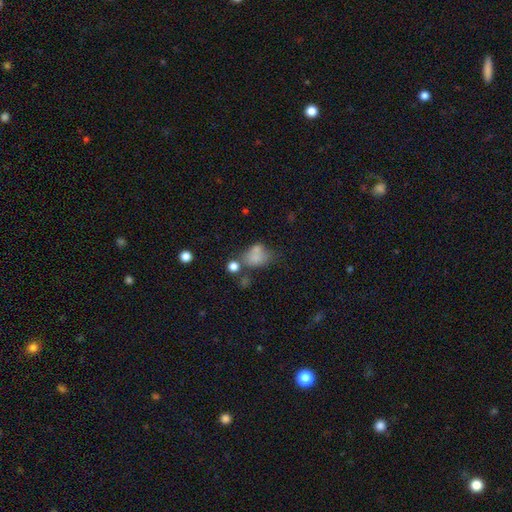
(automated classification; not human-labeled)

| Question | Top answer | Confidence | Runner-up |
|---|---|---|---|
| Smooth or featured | smooth | 71% | featured or disk (16%) |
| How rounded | in between | 66% | round (33%) |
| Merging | merger | 37% | none (32%) |